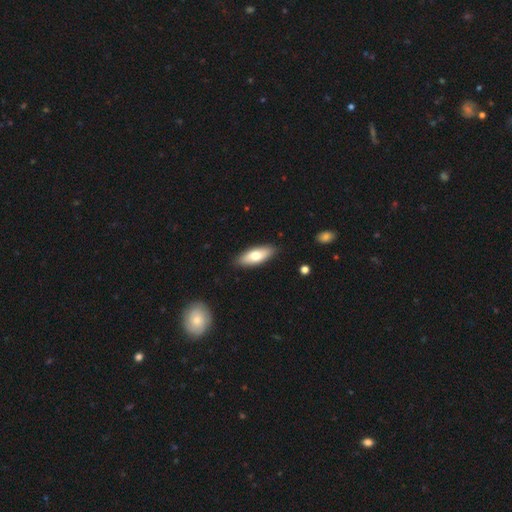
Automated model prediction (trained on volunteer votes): smooth_or_featured: smooth (p=0.70) [alt: featured or disk p=0.24]
how_rounded: in between (p=0.72) [alt: cigar-shaped p=0.25]
merging: none (p=0.87) [alt: minor disturbance p=0.10]